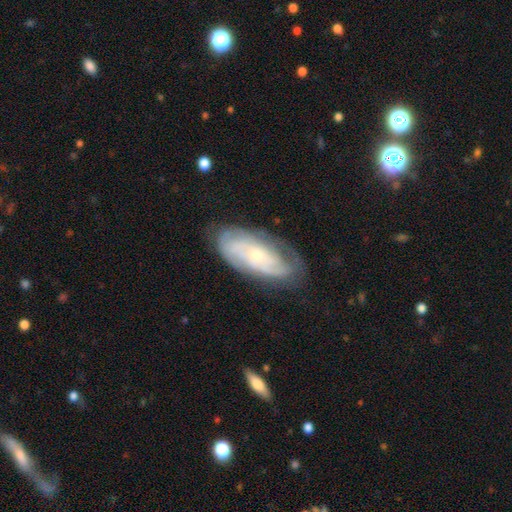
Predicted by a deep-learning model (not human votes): This is likely a featured or disk galaxy (69%). It is clearly not viewed edge-on (91%). Bar: likely no (77%). Spiral arm pattern: clearly yes (83%). Spiral arm count: possibly can't tell (52%). Spiral winding: likely tight (65%). Central bulge: likely small (72%). Merging: likely none (70%).